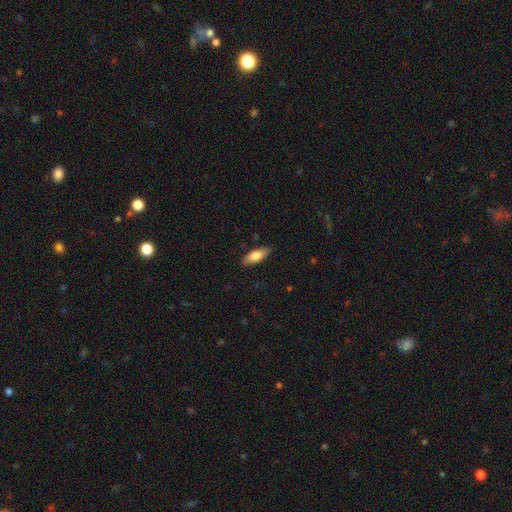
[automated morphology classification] smooth-or-featured: smooth: 79% | featured or disk: 15% | star or artifact: 6%
  how-rounded: in between: 73% | cigar-shaped: 25% | round: 2%
  merging: none: 86% | minor disturbance: 11% | major disturbance: 2% | merger: 1%